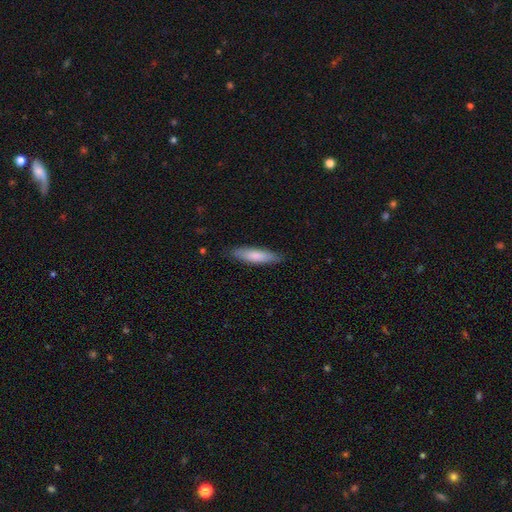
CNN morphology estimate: This is likely a smooth galaxy (78%). How rounded: likely cigar-shaped (70%). Merging: clearly none (85%).